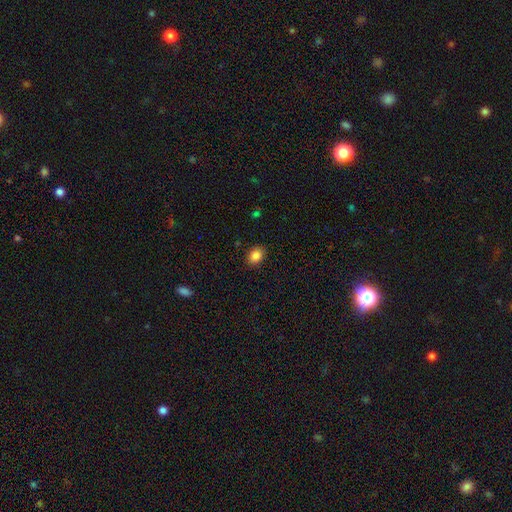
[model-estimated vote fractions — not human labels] Smooth or featured?
  - smooth: 86% *
  - star or artifact: 9%
  - featured or disk: 4%
How rounded?
  - in between: 65% *
  - round: 34%
  - cigar-shaped: 1%
Merging?
  - none: 89% *
  - minor disturbance: 8%
  - major disturbance: 2%
  - merger: 1%